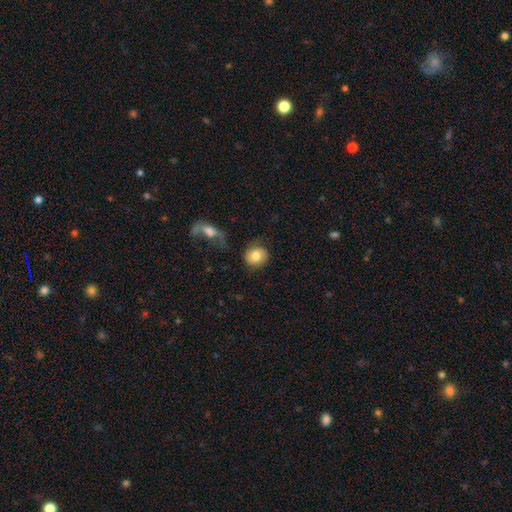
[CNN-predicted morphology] The model was most divided on "how rounded": round: 76%, in between: 23%, cigar-shaped: 1%. More confident: merging — none (74%); smooth or featured — smooth (73%).